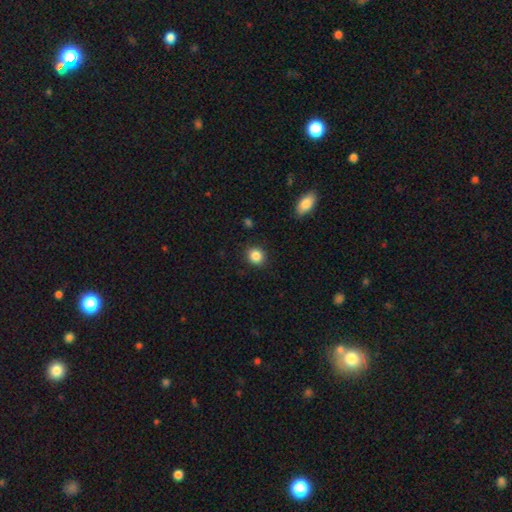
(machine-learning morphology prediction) This is clearly a smooth galaxy (85%). How rounded: clearly round (84%). Merging: clearly none (90%).